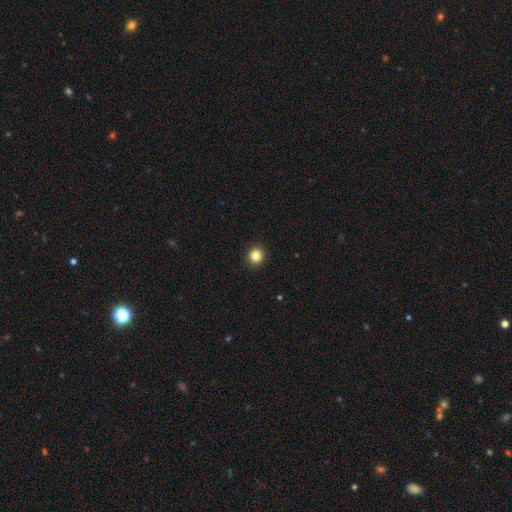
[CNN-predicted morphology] Smooth or featured? Predicted: smooth (p=0.84). How rounded? Predicted: round (p=0.90). Merging? Predicted: none (p=0.93).